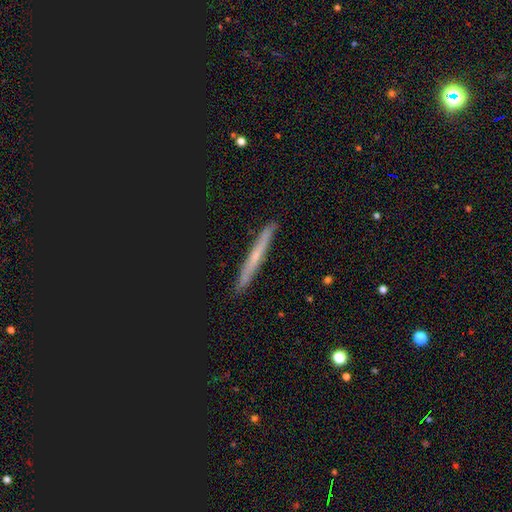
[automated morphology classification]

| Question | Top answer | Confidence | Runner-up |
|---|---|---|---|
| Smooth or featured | featured or disk | 47% | smooth (39%) |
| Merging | none | 91% | minor disturbance (7%) |